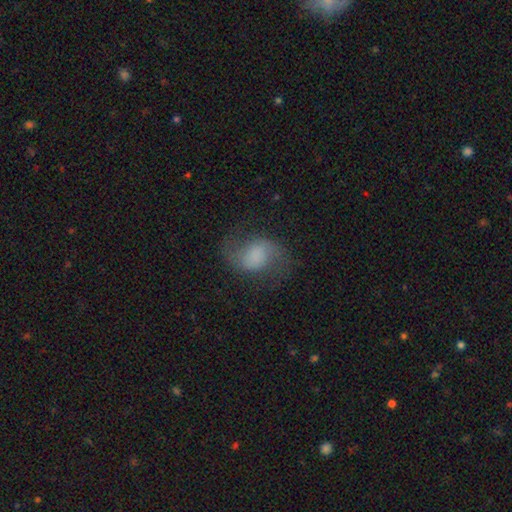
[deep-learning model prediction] Q: Smooth or featured?
A: featured or disk (69%); runner-up: smooth (21%)
Q: Edge-on disk?
A: no (98%); runner-up: yes (2%)
Q: Bar?
A: no (51%); runner-up: weak (37%)
Q: Spiral arms?
A: yes (94%); runner-up: no (6%)
Q: Spiral winding?
A: loose (55%); runner-up: medium (38%)
Q: Spiral arm count?
A: 2 (92%); runner-up: can't tell (3%)
Q: Bulge size?
A: none (38%); runner-up: large (20%)
Q: Merging?
A: none (71%); runner-up: minor disturbance (16%)